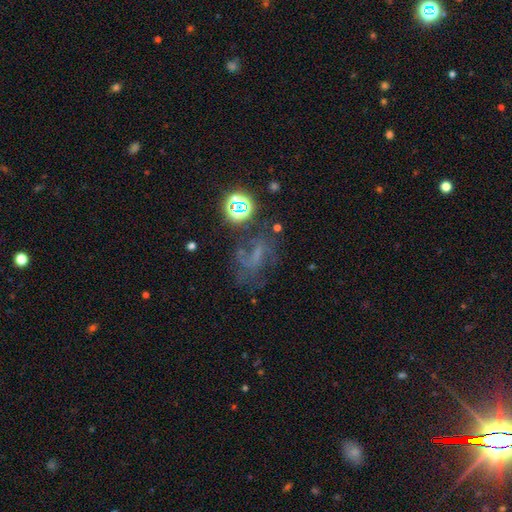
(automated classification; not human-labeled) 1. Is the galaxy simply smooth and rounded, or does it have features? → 43% featured or disk, 32% star or artifact, 25% smooth.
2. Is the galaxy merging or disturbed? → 43% none, 31% major disturbance, 20% minor disturbance, 7% merger.